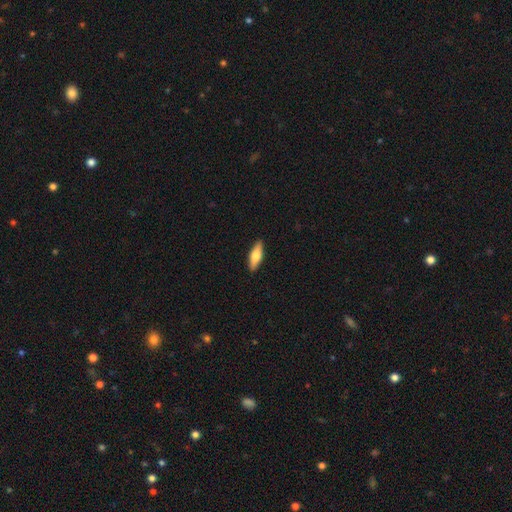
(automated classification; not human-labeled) A smooth galaxy with no disk features (71%) that is in between round and cigar-shaped (54%).

Vote fractions:
- Smooth or featured? smooth: 71% / featured or disk: 24% / star or artifact: 6%
- How rounded? in between: 54% / cigar-shaped: 44% / round: 2%
- Merging? none: 90% / minor disturbance: 8% / major disturbance: 2% / merger: 1%